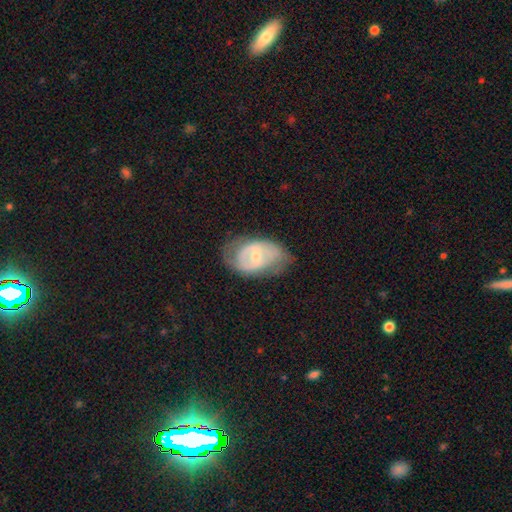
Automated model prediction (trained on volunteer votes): Smooth or featured? featured or disk (64%)
Edge-on disk? no (94%)
Bar? weak (44%)
Spiral arms? yes (55%)
Bulge size? small (51%)
Merging? none (55%)